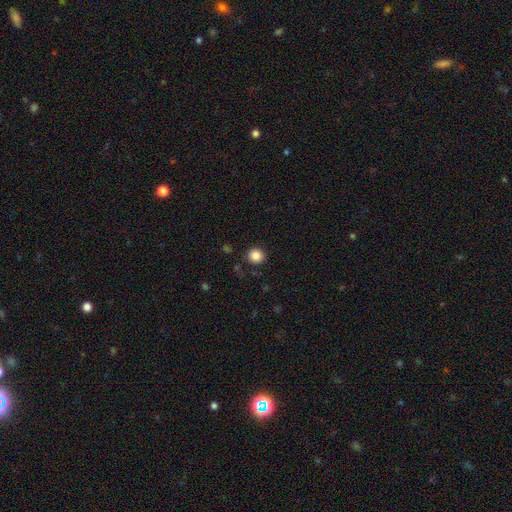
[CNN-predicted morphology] Smooth or featured: smooth — 86% (star or artifact — 10%)
How rounded: round — 91% (in between — 8%)
Merging: none — 89% (minor disturbance — 7%)